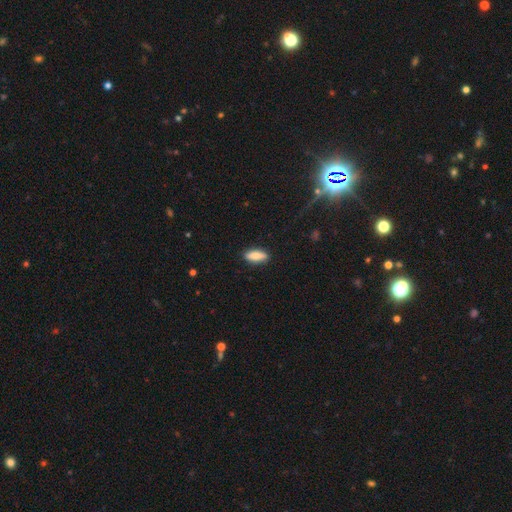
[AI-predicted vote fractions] Morphology: type=smooth (79%); roundness=in between (60%); merging=none (87%).